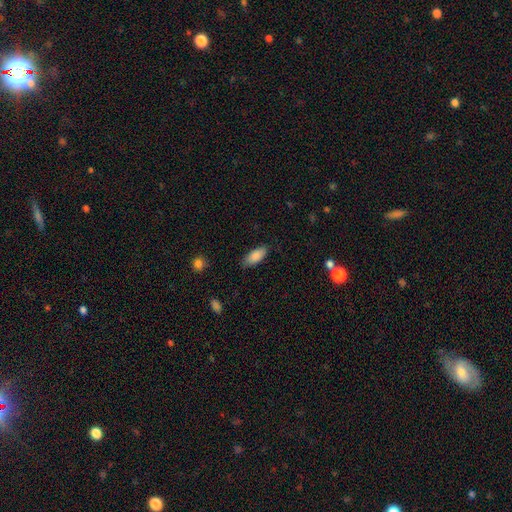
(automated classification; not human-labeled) The model was most divided on "merging": none: 83%, minor disturbance: 14%, major disturbance: 3%, merger: 1%. More confident: smooth or featured — smooth (86%); how rounded — in between (84%).